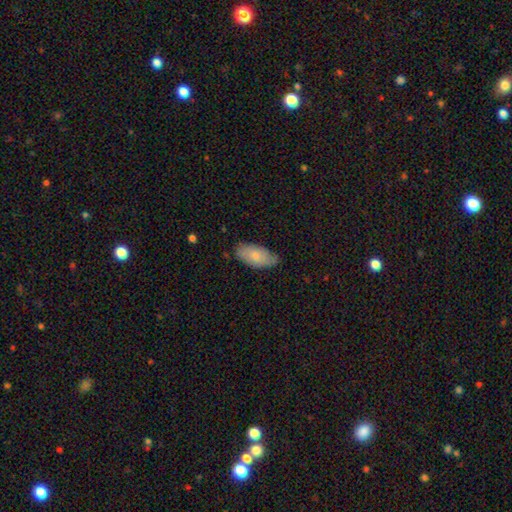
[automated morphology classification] A smooth galaxy with no disk features (77%) that is in between round and cigar-shaped (93%).

Vote fractions:
- Smooth or featured? smooth: 77% / featured or disk: 17% / star or artifact: 6%
- How rounded? in between: 93% / cigar-shaped: 5% / round: 3%
- Merging? none: 68% / minor disturbance: 26% / major disturbance: 4% / merger: 2%